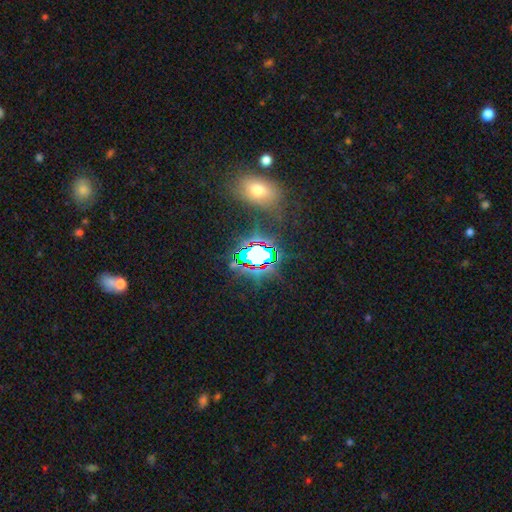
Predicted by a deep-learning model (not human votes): Q: Smooth or featured?
A: star or artifact (72%); runner-up: smooth (16%)